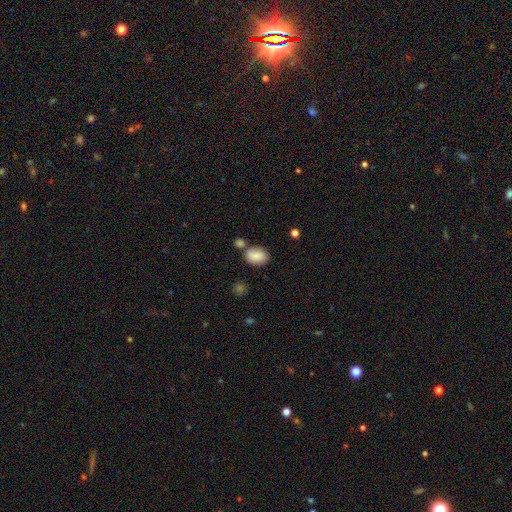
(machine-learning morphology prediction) Smooth or featured: smooth — 84% (featured or disk — 8%)
How rounded: in between — 78% (round — 20%)
Merging: none — 59% (merger — 20%)